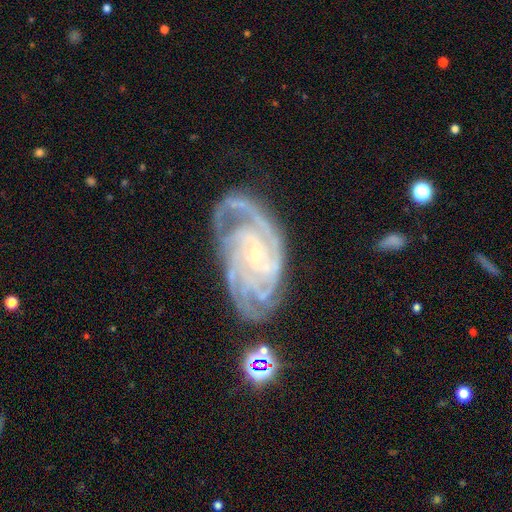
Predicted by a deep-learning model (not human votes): featured or disk 90%, star or artifact 6%, smooth 4%. Down the decision tree: edge-on disk — no (97%); bar — no (60%); spiral arms — yes (98%); spiral arm count — 4 (29%); spiral winding — tight (67%); bulge size — small (85%); merging — none (69%).